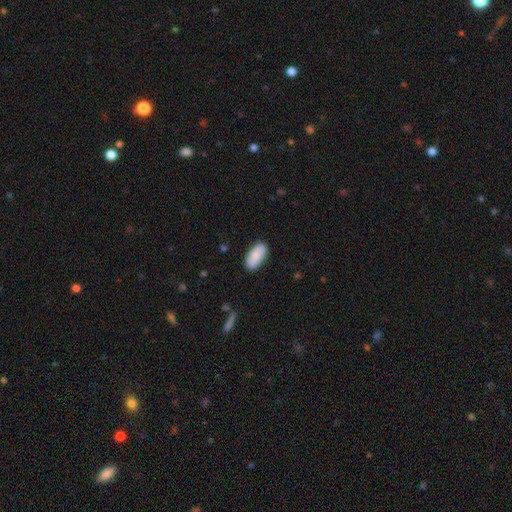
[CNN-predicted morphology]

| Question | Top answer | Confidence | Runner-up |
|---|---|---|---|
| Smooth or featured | smooth | 83% | featured or disk (10%) |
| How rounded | in between | 92% | cigar-shaped (6%) |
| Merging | none | 82% | minor disturbance (14%) |